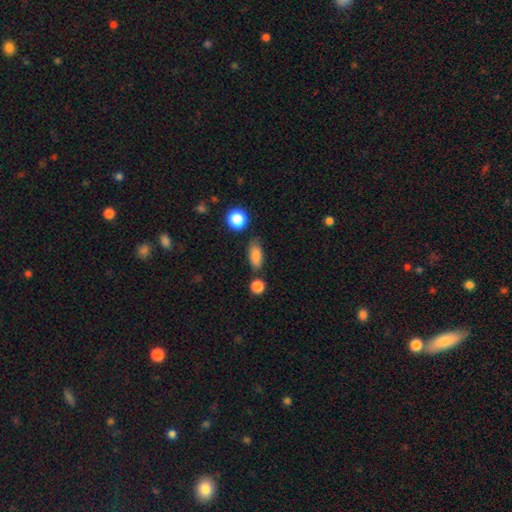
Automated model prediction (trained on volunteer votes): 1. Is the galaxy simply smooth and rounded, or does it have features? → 85% smooth, 9% star or artifact, 6% featured or disk.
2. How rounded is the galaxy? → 78% in between, 14% cigar-shaped, 8% round.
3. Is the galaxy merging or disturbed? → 75% none, 16% minor disturbance, 5% merger, 4% major disturbance.